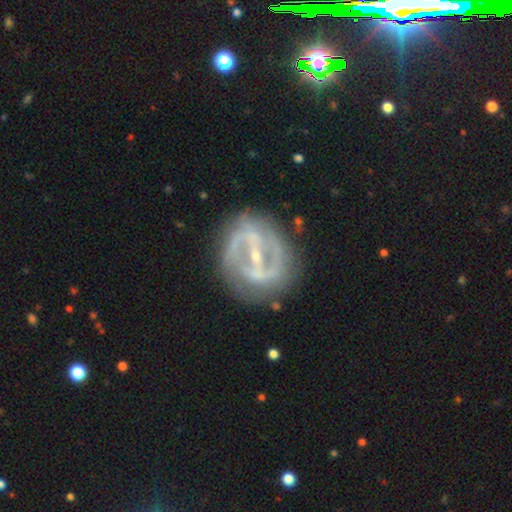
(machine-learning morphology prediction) Smooth or featured: featured or disk — 85% (smooth — 9%)
Edge-on disk: no — 95% (yes — 5%)
Bar: strong — 70% (weak — 21%)
Spiral arms: yes — 76% (no — 24%)
Spiral winding: medium — 44% (tight — 38%)
Spiral arm count: 2 — 75% (can't tell — 14%)
Bulge size: small — 71% (moderate — 25%)
Merging: none — 77% (minor disturbance — 14%)